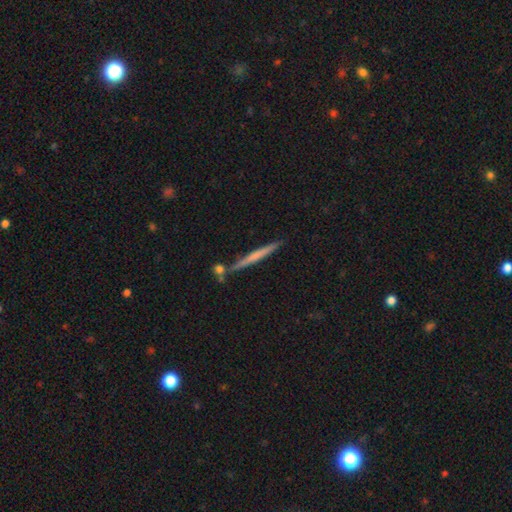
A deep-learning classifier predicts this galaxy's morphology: smooth-or-featured: smooth: 50% | featured or disk: 44% | star or artifact: 6%
  how-rounded: cigar-shaped: 96% | in between: 2% | round: 2%
  merging: none: 80% | minor disturbance: 9% | merger: 8% | major disturbance: 2%